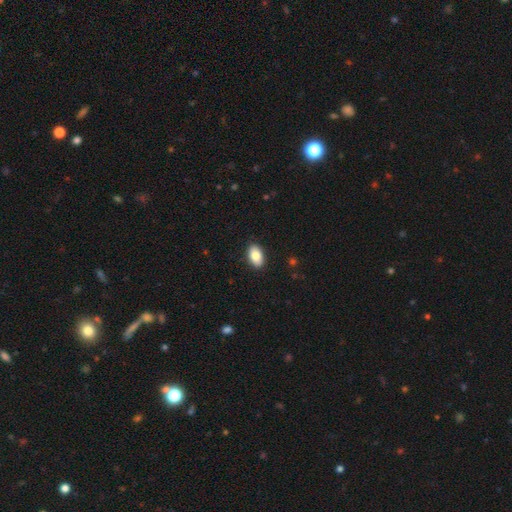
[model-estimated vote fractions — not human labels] Smooth or featured: smooth — 82% (featured or disk — 11%)
How rounded: in between — 92% (round — 6%)
Merging: none — 90% (minor disturbance — 7%)